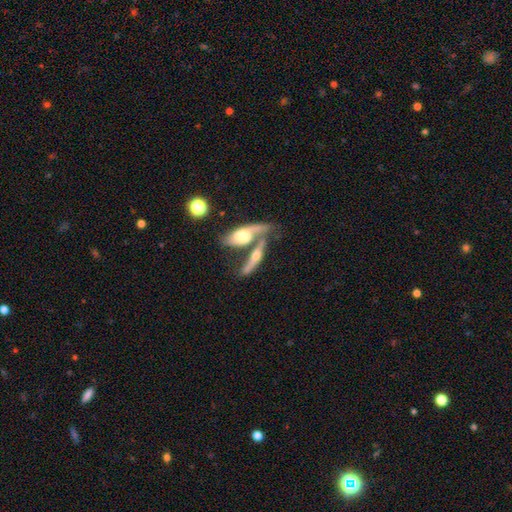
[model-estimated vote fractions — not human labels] Smooth or featured: featured or disk — 63% (smooth — 30%)
Edge-on disk: yes — 62% (no — 38%)
Merging: merger — 60% (none — 23%)